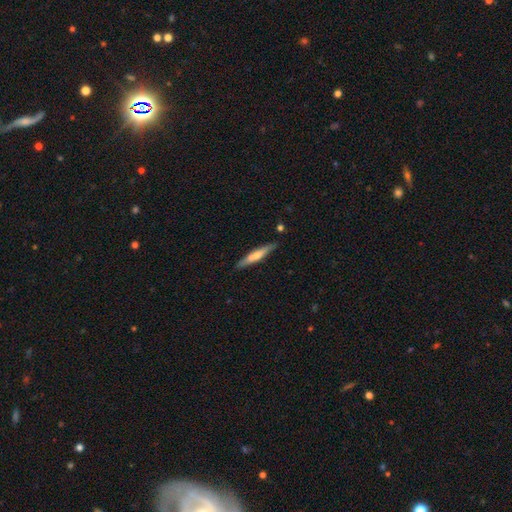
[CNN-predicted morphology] Smooth or featured: smooth — 51% (featured or disk — 44%)
How rounded: cigar-shaped — 90% (in between — 8%)
Merging: none — 82% (minor disturbance — 11%)